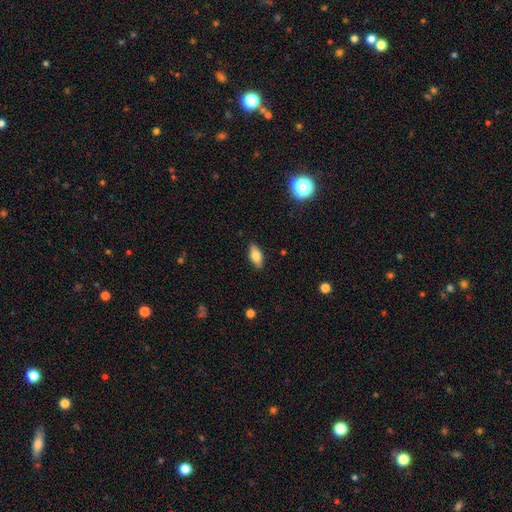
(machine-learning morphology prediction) Overall: smooth (74%). How rounded: in between (85%). Merging: none (87%).